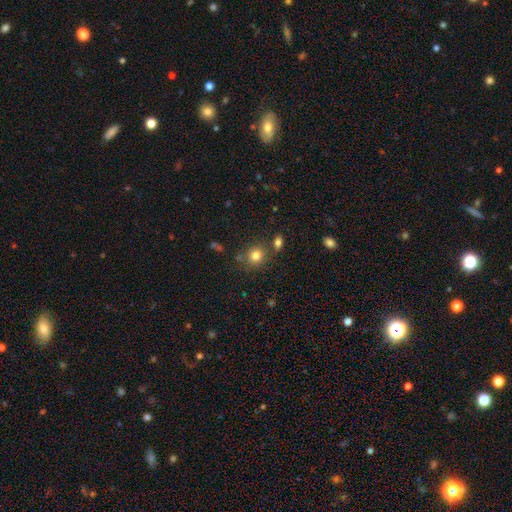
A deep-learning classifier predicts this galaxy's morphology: The model was most divided on "how rounded": round: 79%, in between: 20%, cigar-shaped: 1%. More confident: smooth or featured — smooth (80%); merging — none (73%).